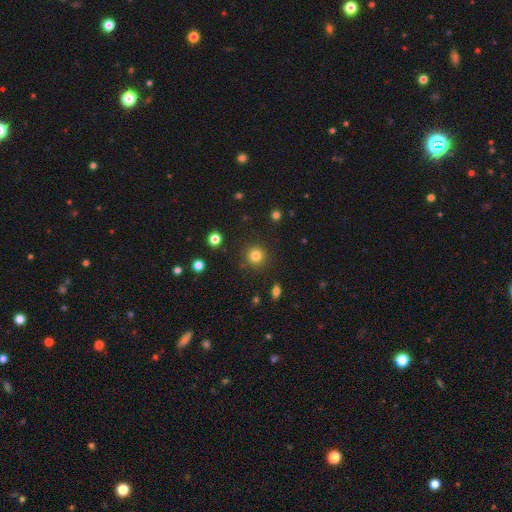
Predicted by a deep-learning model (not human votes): A smooth galaxy with no disk features (81%) that is round (94%).

Vote fractions:
- Smooth or featured? smooth: 81% / star or artifact: 13% / featured or disk: 6%
- How rounded? round: 94% / in between: 5% / cigar-shaped: 1%
- Merging? none: 90% / minor disturbance: 6% / major disturbance: 2% / merger: 2%